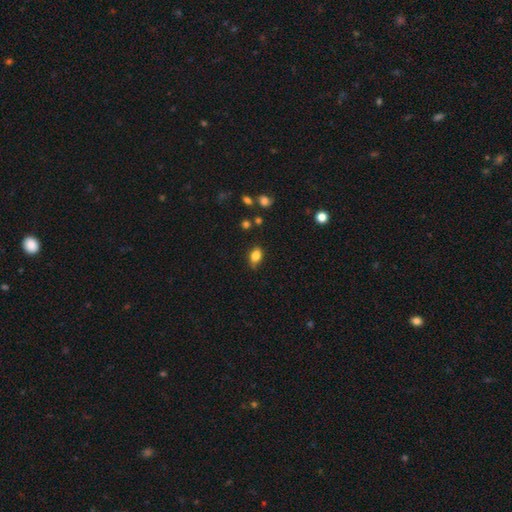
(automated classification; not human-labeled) Smooth or featured? Predicted: smooth (p=0.82). How rounded? Predicted: in between (p=0.82). Merging? Predicted: none (p=0.77).